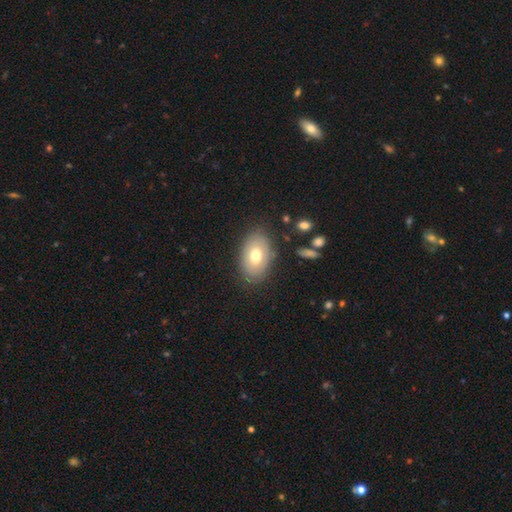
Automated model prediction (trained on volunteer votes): Q: Smooth or featured?
A: smooth (67%); runner-up: featured or disk (26%)
Q: How rounded?
A: in between (90%); runner-up: round (9%)
Q: Merging?
A: none (81%); runner-up: minor disturbance (13%)